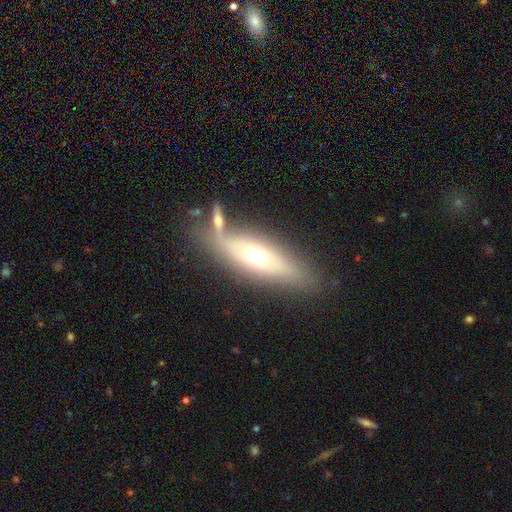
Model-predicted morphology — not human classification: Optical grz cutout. It shows a featured or disk galaxy (50%) viewed edge-on (64%). Merging: none (65%).